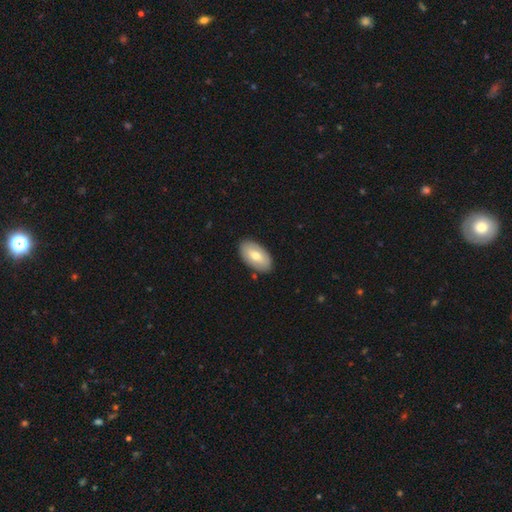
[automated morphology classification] Smooth or featured? Predicted: smooth (p=0.63). How rounded? Predicted: in between (p=0.95). Merging? Predicted: none (p=0.86).